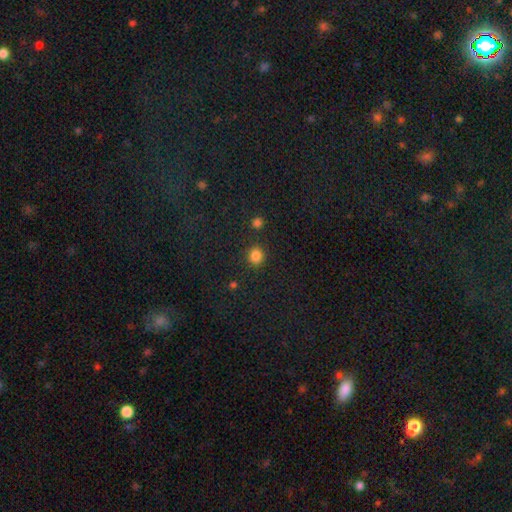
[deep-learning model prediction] smooth_or_featured: smooth (p=0.83) [alt: star or artifact p=0.13]
how_rounded: round (p=0.85) [alt: in between p=0.14]
merging: none (p=0.86) [alt: minor disturbance p=0.08]